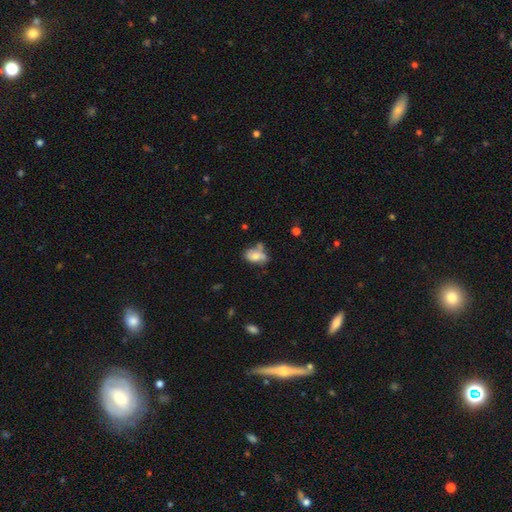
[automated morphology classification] Overall: smooth (65%; featured or disk 26%). How rounded: in between (87%). Merging: none (37%; minor disturbance 27%).